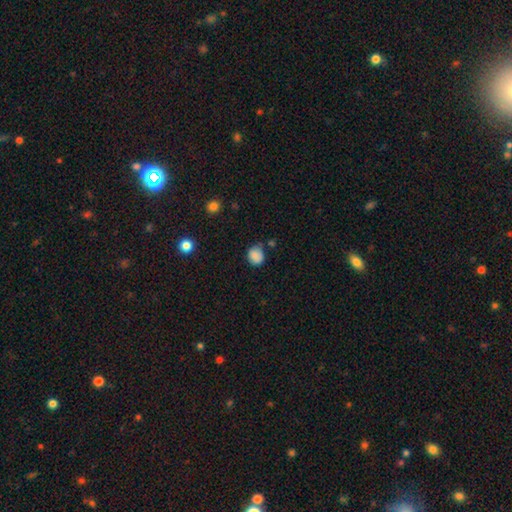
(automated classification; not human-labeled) A smooth galaxy with no disk features (84%) that is round (69%). Merging: none (63%).